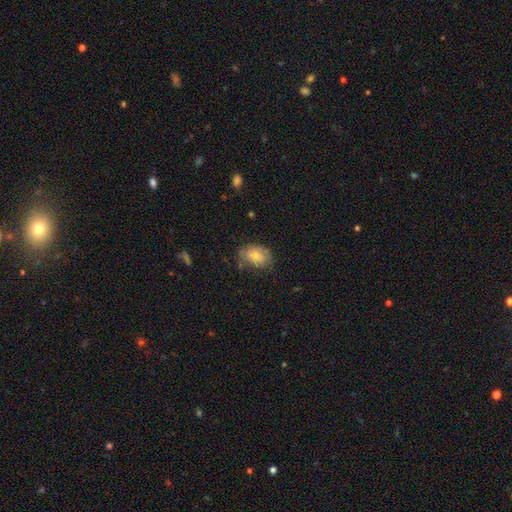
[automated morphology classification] smooth-or-featured: featured or disk: 45% (tied) | smooth: 45% (tied) | star or artifact: 10%
  merging: none: 67% | minor disturbance: 24% | major disturbance: 8% | merger: 2%